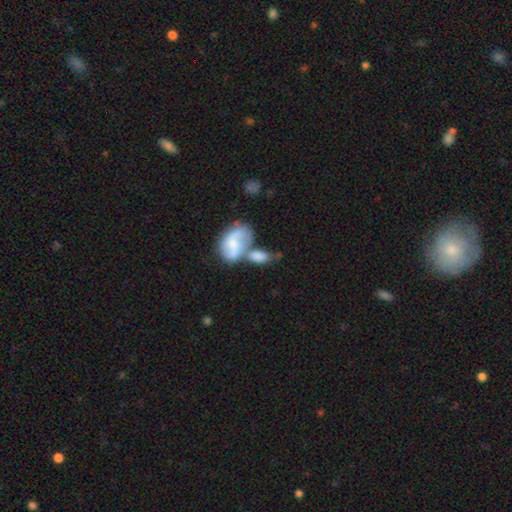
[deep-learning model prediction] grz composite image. It shows a smooth galaxy with no disk features (63%) that is in between round and cigar-shaped (87%). Merging: merger (56%).